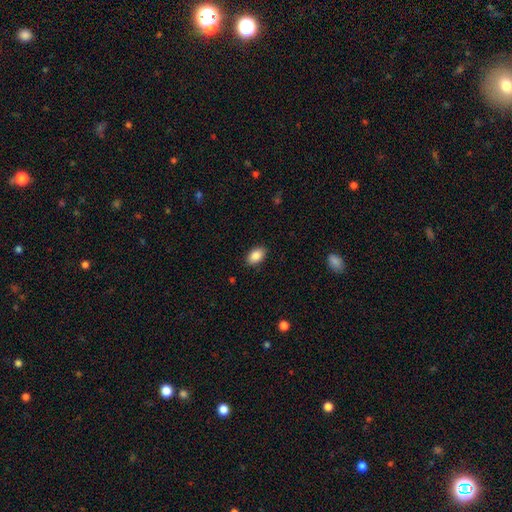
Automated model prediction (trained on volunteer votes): This is clearly a smooth galaxy (88%). How rounded: clearly in between (88%). Merging: clearly none (87%).